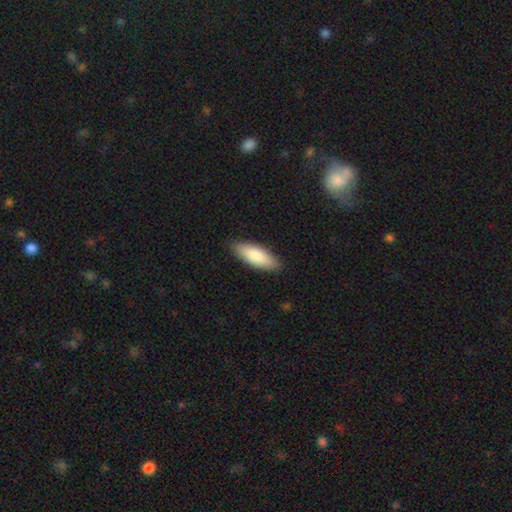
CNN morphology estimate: A smooth galaxy with no disk features (85%) that is in between round and cigar-shaped (66%). Merging: none (87%).